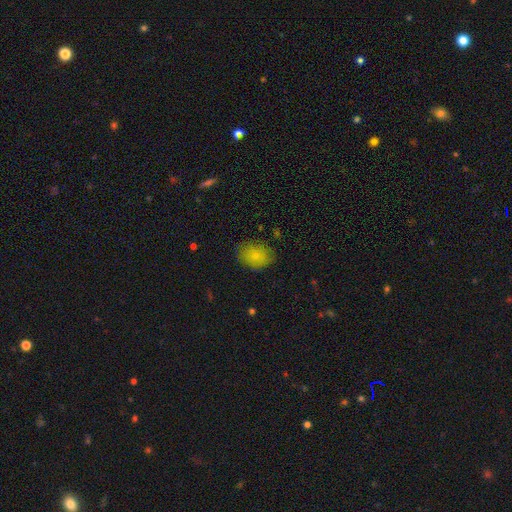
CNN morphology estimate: smooth-or-featured: smooth: 83% | featured or disk: 9% | star or artifact: 8%
  how-rounded: in between: 66% | round: 33% | cigar-shaped: 1%
  merging: none: 78% | minor disturbance: 16% | major disturbance: 4% | merger: 1%